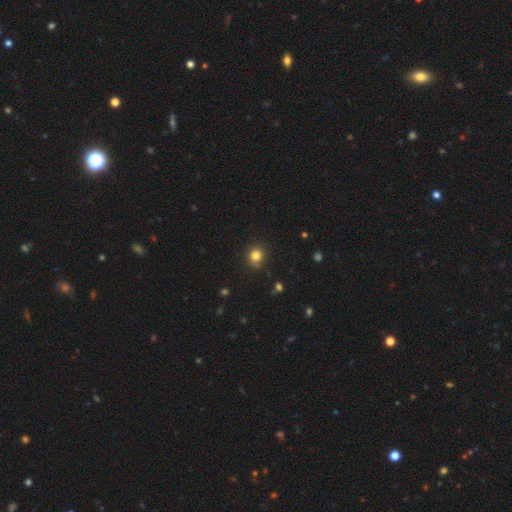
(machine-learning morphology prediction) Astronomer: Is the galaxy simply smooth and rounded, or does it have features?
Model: smooth — 81%.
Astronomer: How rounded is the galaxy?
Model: round — 86%.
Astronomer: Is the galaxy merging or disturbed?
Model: none — 82%.